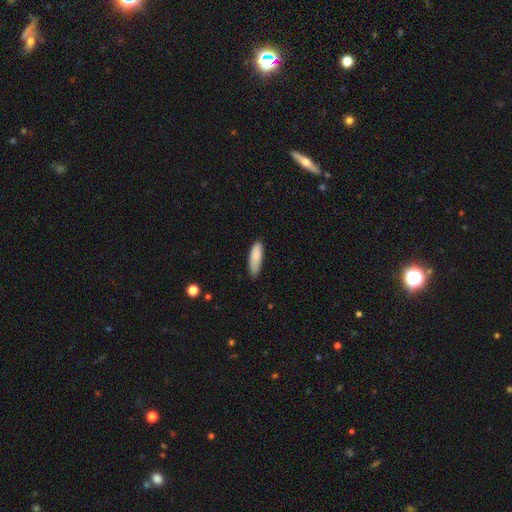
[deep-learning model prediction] smooth-or-featured: smooth: 87% | featured or disk: 7% | star or artifact: 6%
  how-rounded: in between: 52% | cigar-shaped: 46% | round: 2%
  merging: none: 76% | minor disturbance: 20% | major disturbance: 3% | merger: 1%